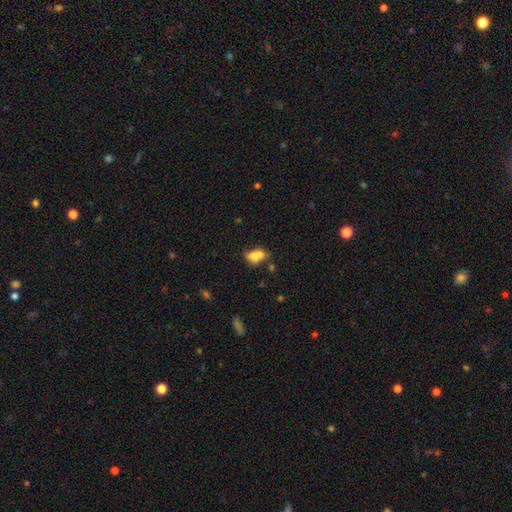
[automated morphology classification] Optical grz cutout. It shows a smooth galaxy with no disk features (70%) that is in between round and cigar-shaped (82%). Merging: merger (39%).